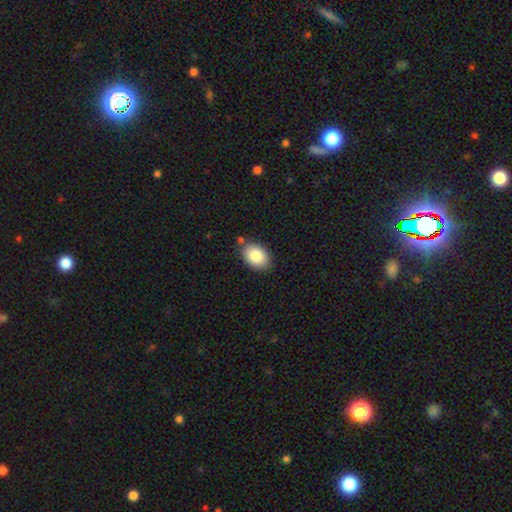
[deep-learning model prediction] The model was most divided on "how rounded": in between: 81%, round: 18%, cigar-shaped: 1%. More confident: smooth or featured — smooth (85%); merging — none (80%).